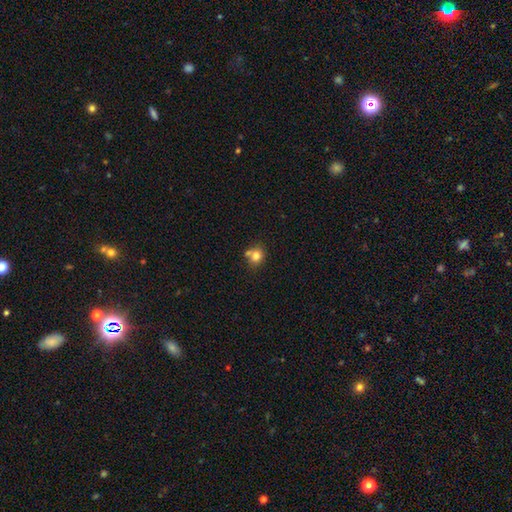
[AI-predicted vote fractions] Smooth or featured?
  - smooth: 79% *
  - star or artifact: 11%
  - featured or disk: 9%
How rounded?
  - round: 71% *
  - in between: 28%
  - cigar-shaped: 1%
Merging?
  - none: 57% *
  - merger: 25%
  - minor disturbance: 13%
  - major disturbance: 4%